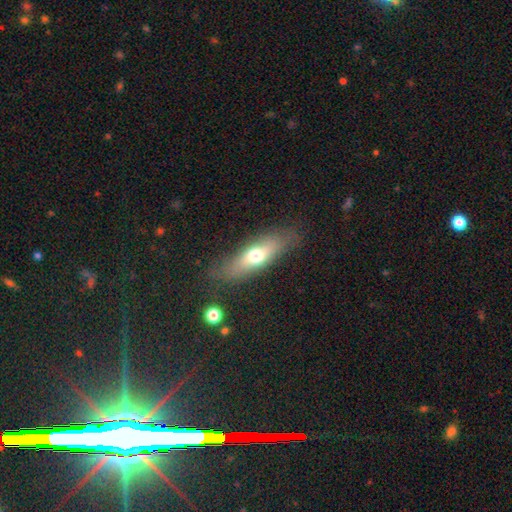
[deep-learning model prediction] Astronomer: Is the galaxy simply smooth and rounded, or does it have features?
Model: smooth — 60%.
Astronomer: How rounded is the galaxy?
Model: in between — 51% (runner-up: cigar-shaped, 46%).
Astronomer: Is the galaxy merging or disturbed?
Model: none — 76%.